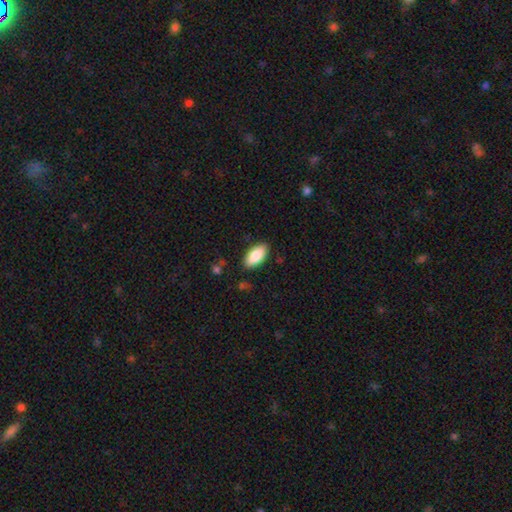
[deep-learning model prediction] Smooth or featured?
  - smooth: 86% *
  - featured or disk: 8%
  - star or artifact: 6%
How rounded?
  - in between: 92% *
  - cigar-shaped: 6%
  - round: 2%
Merging?
  - none: 86% *
  - minor disturbance: 10%
  - major disturbance: 2%
  - merger: 1%